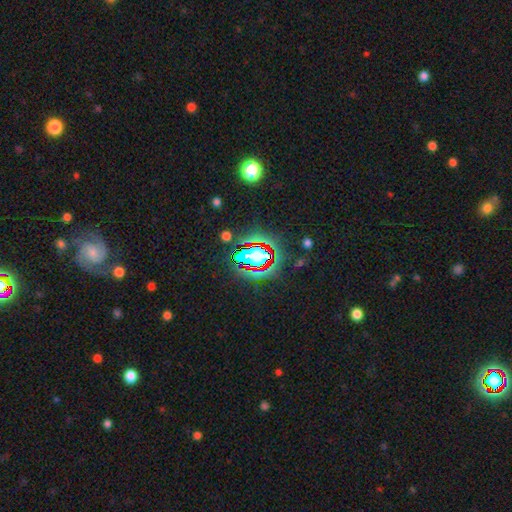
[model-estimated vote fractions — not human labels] Smooth or featured? star or artifact (68%)